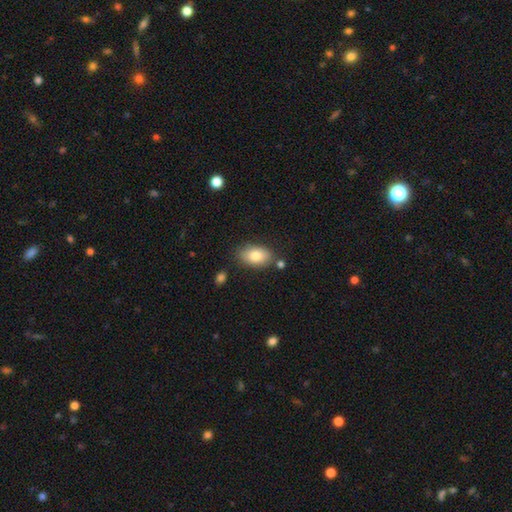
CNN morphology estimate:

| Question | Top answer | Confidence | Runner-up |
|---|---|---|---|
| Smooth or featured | smooth | 81% | featured or disk (12%) |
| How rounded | in between | 91% | round (7%) |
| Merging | none | 78% | minor disturbance (14%) |